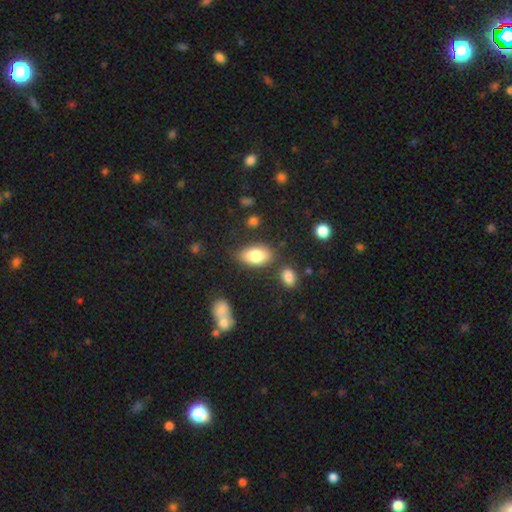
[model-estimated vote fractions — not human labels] This is clearly a smooth galaxy (80%). How rounded: clearly in between (92%). Merging: likely none (77%).